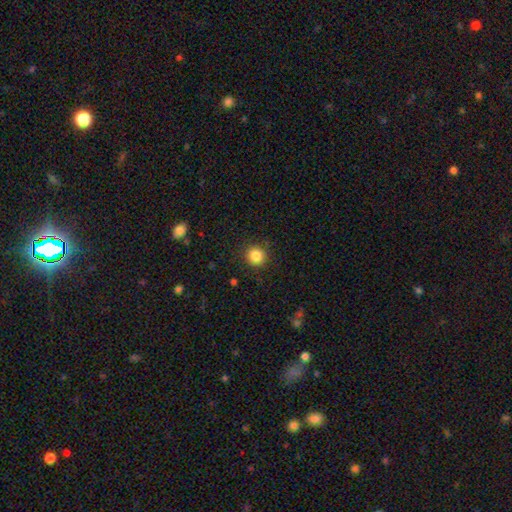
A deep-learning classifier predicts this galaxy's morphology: type=smooth (85%); roundness=round (93%); merging=none (89%).